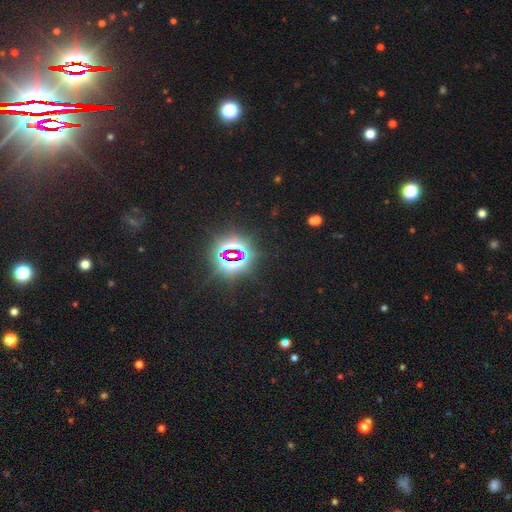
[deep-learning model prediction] Q: Smooth or featured?
A: star or artifact (81%); runner-up: smooth (12%)